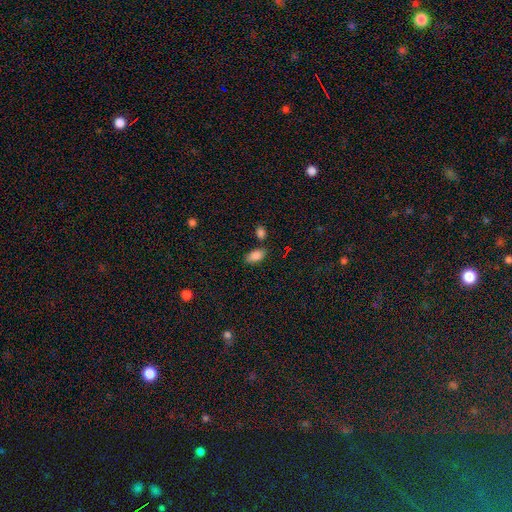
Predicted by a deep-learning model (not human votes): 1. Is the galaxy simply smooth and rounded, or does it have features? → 87% smooth, 8% star or artifact, 5% featured or disk.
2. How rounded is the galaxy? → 93% in between, 4% round, 3% cigar-shaped.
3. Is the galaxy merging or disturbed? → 76% none, 12% minor disturbance, 9% merger, 3% major disturbance.